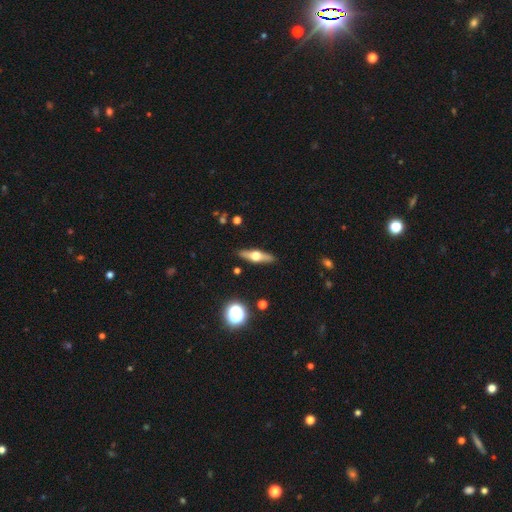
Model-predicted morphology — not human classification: smooth-or-featured: featured or disk: 60% | smooth: 33% | star or artifact: 7%
  disk-edge-on: yes: 93% | no: 7%
    edge-on-bulge: rounded: 95% | boxy: 3% | none: 2%
  merging: none: 90% | minor disturbance: 7% | major disturbance: 2% | merger: 1%